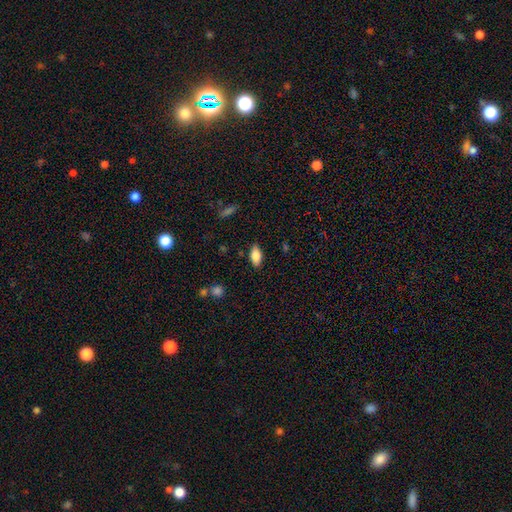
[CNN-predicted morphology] Smooth or featured: smooth — 83% (featured or disk — 10%)
How rounded: in between — 89% (cigar-shaped — 8%)
Merging: none — 84% (minor disturbance — 12%)